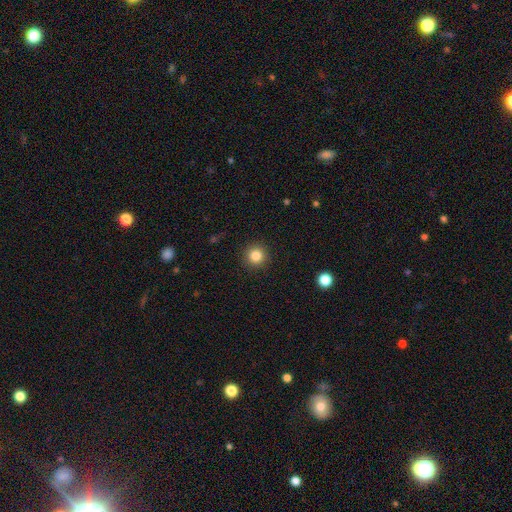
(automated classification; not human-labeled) The model was most divided on "smooth or featured": smooth: 84%, star or artifact: 11%, featured or disk: 5%. More confident: how rounded — round (95%); merging — none (91%).